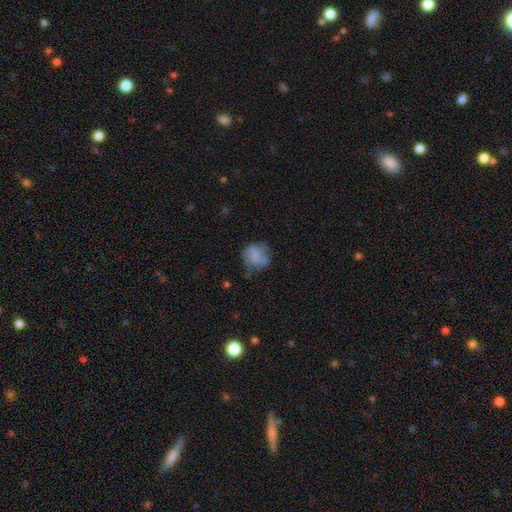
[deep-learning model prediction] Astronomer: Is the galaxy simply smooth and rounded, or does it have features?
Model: smooth — 64%.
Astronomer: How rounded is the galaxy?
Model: round — 69%.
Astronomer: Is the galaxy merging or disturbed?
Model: none — 54%.